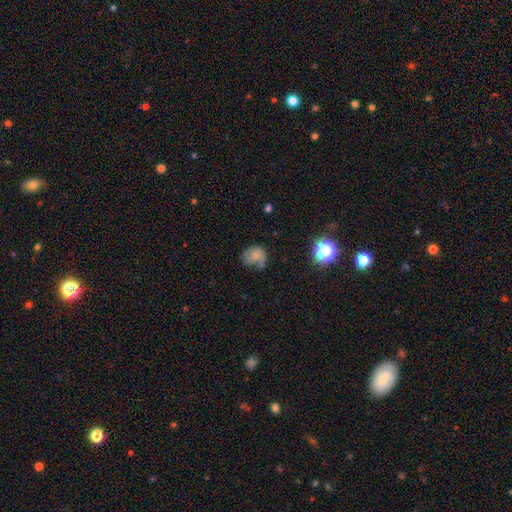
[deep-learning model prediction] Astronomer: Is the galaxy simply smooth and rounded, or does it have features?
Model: smooth — 55% (runner-up: featured or disk, 32%).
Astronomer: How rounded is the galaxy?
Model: round — 60% (runner-up: in between, 39%).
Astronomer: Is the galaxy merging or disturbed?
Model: none — 38% (runner-up: minor disturbance, 29%).